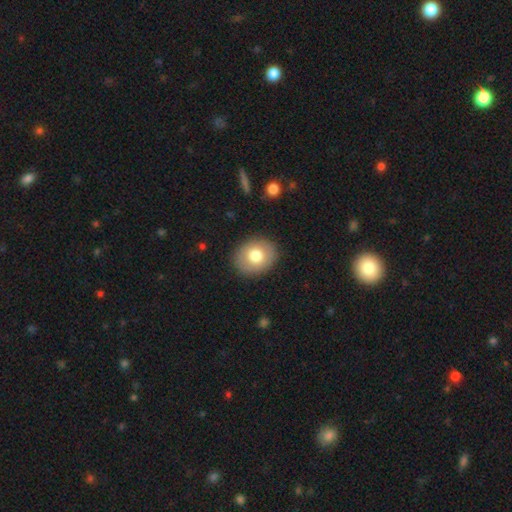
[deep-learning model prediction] Smooth or featured?
  - smooth: 75% *
  - featured or disk: 17%
  - star or artifact: 8%
How rounded?
  - round: 56% *
  - in between: 43%
  - cigar-shaped: 1%
Merging?
  - none: 88% *
  - minor disturbance: 8%
  - major disturbance: 3%
  - merger: 1%